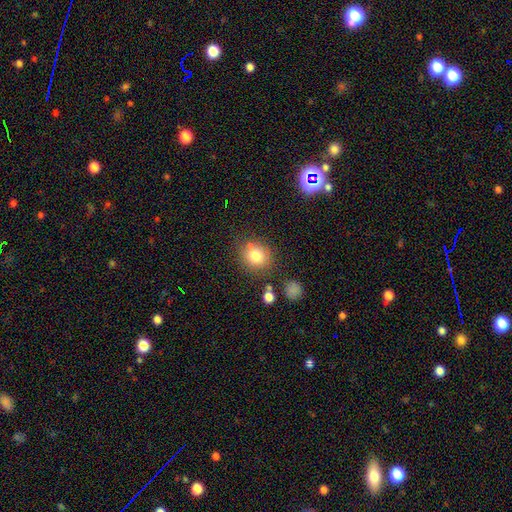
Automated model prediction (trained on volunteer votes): Smooth or featured: smooth — 79% (star or artifact — 11%)
How rounded: round — 84% (in between — 15%)
Merging: none — 71% (minor disturbance — 14%)